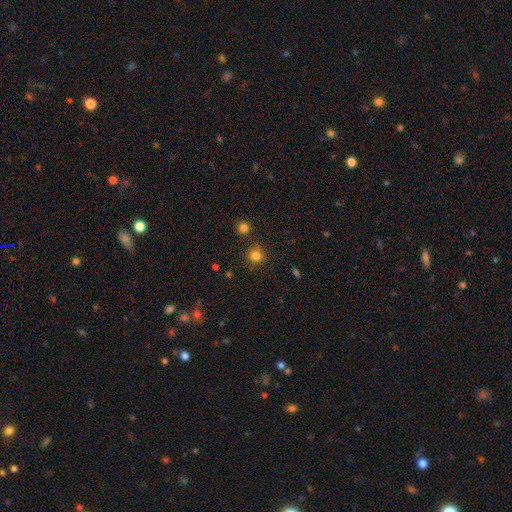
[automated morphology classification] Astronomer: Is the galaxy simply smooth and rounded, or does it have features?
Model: smooth — 80%.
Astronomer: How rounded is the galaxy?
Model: round — 91%.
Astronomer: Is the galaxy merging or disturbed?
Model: none — 82%.